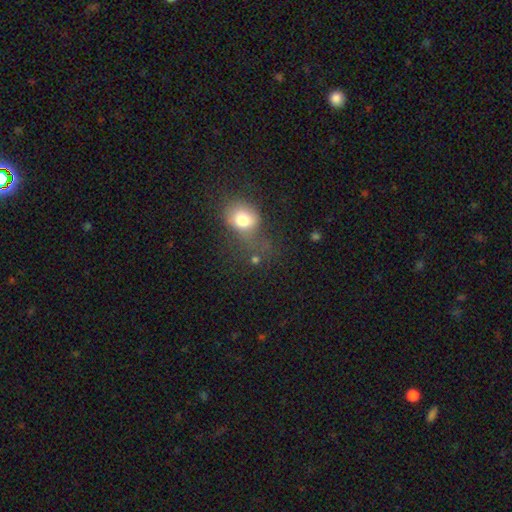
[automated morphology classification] The model was most divided on "merging": none: 37%, major disturbance: 31%, minor disturbance: 26%, merger: 6%. More confident: smooth or featured — smooth (71%); how rounded — round (57%).